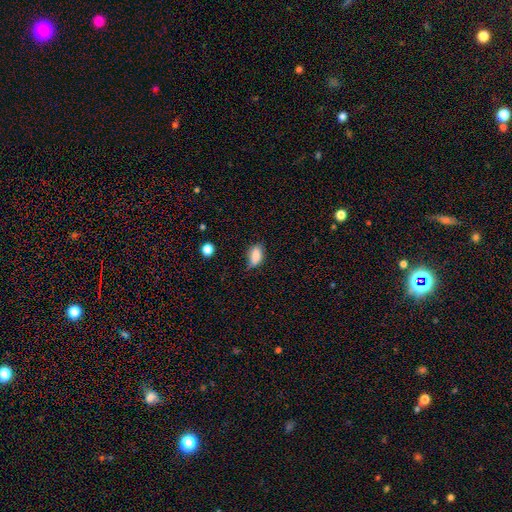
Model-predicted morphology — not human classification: A smooth galaxy with no disk features (83%) that is in between round and cigar-shaped (88%). Merging: none (60%).